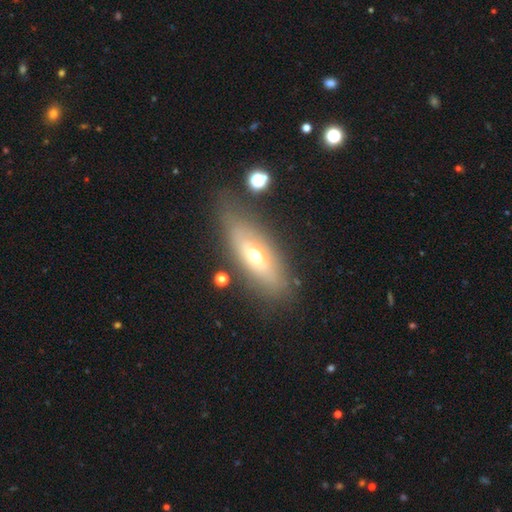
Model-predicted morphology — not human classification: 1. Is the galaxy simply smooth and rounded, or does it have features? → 48% smooth, 43% featured or disk, 9% star or artifact.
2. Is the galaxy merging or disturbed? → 72% none, 17% minor disturbance, 7% major disturbance, 3% merger.